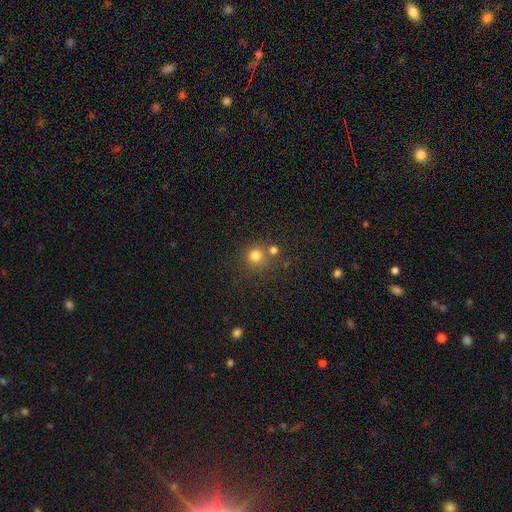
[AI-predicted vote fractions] The model was most divided on "merging": none: 67%, merger: 20%, minor disturbance: 9%, major disturbance: 4%. More confident: how rounded — round (92%); smooth or featured — smooth (77%).